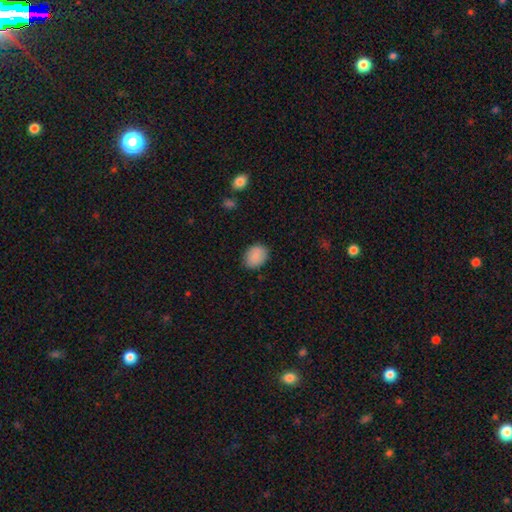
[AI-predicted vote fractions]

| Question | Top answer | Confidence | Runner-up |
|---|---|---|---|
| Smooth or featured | smooth | 89% | star or artifact (8%) |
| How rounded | in between | 62% | round (37%) |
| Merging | none | 84% | minor disturbance (12%) |